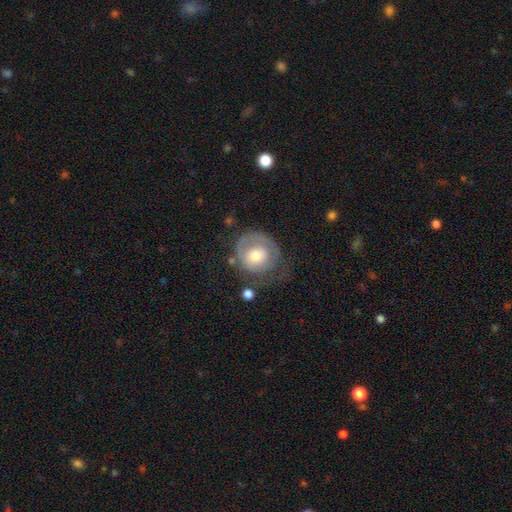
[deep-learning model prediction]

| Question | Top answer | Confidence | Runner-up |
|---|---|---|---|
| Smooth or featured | smooth | 50% | featured or disk (44%) |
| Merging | none | 45% | major disturbance (27%) |